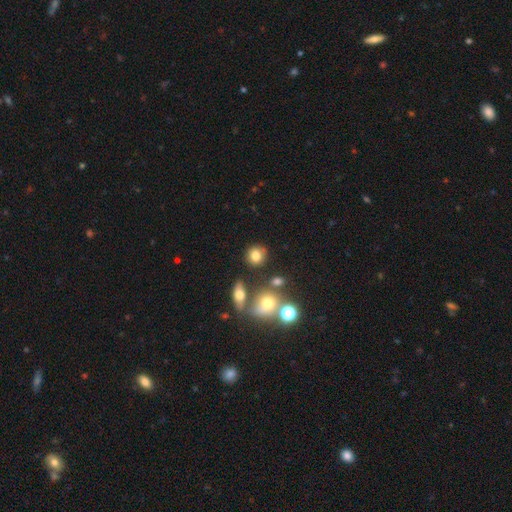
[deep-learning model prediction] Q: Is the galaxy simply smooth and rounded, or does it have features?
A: smooth — 77%.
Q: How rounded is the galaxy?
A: round — 80%.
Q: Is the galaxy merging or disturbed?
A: none — 77%.